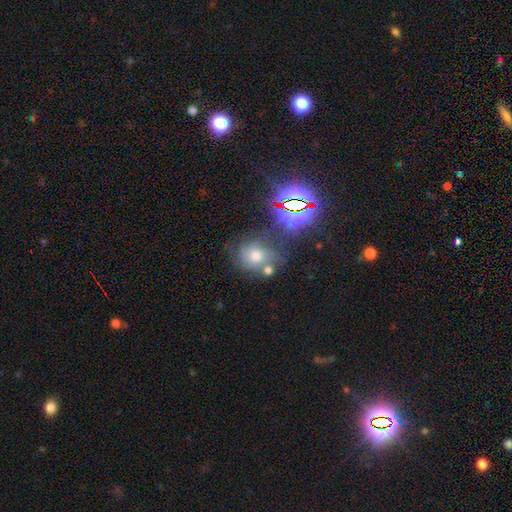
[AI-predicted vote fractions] Smooth or featured? star or artifact (37%, tied with smooth)